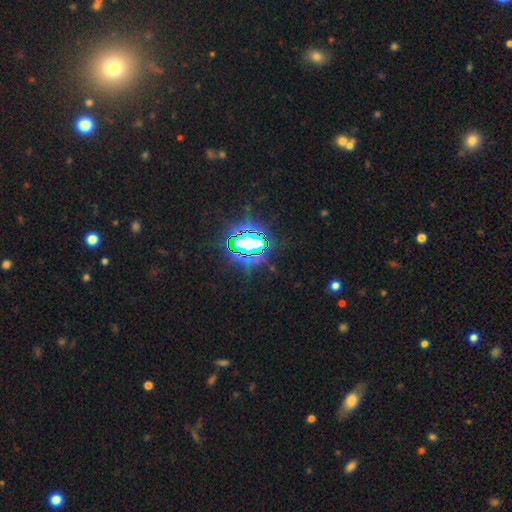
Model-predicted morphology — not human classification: This is likely a star or artifact rather than a galaxy (79%).